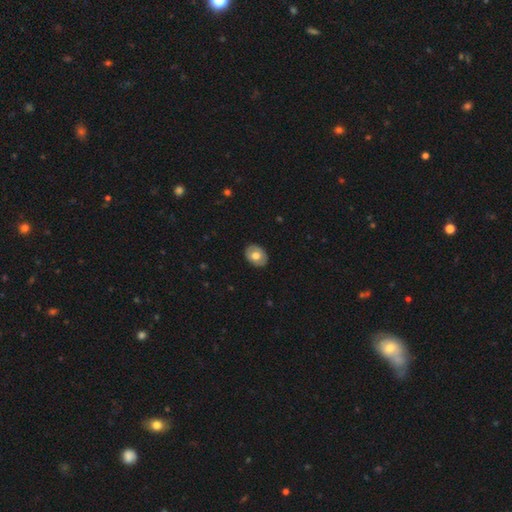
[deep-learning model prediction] This is likely a smooth galaxy (66%). How rounded: likely in between (69%). Merging: clearly none (86%).